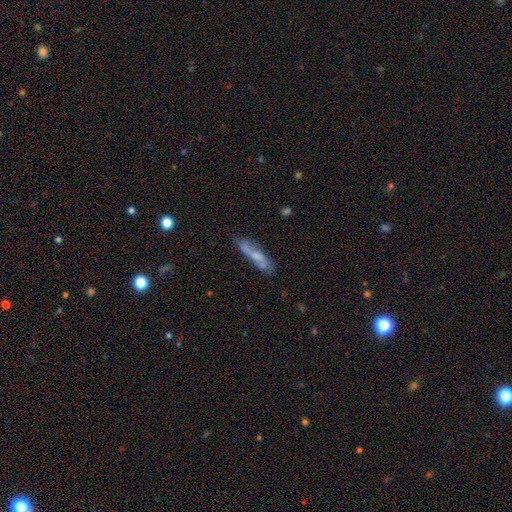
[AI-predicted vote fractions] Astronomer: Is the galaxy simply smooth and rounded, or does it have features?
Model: featured or disk — 50% (runner-up: smooth, 43%).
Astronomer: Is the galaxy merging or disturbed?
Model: none — 63%.